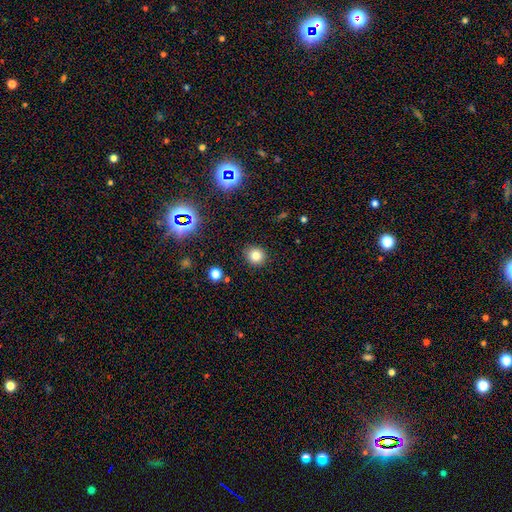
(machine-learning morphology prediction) smooth_or_featured: smooth (p=0.80) [alt: star or artifact p=0.13]
how_rounded: round (p=0.88) [alt: in between p=0.11]
merging: none (p=0.90) [alt: minor disturbance p=0.06]